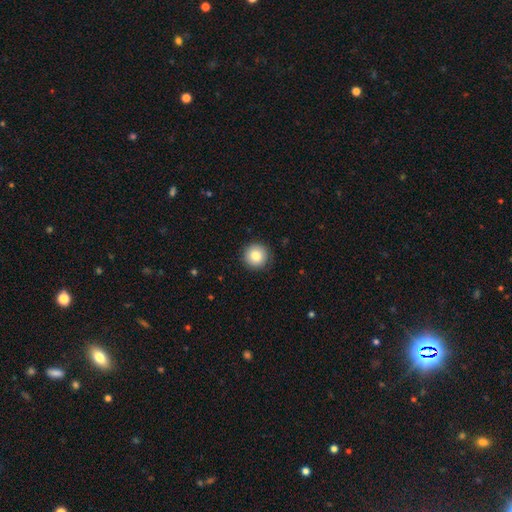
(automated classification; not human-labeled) Morphology: type=smooth (84%); roundness=round (95%); merging=none (89%).